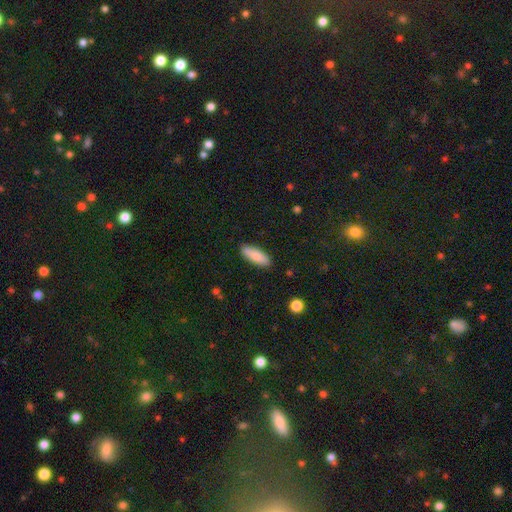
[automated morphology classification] The model was most divided on "how rounded": in between: 59%, cigar-shaped: 39%, round: 2%. More confident: merging — none (89%); smooth or featured — smooth (82%).